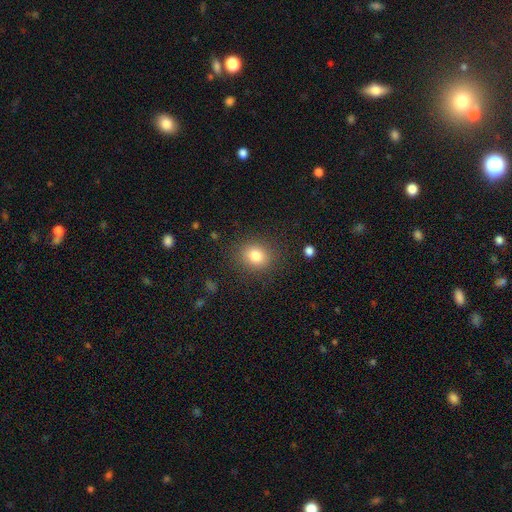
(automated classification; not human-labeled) Smooth or featured? smooth (81%)
How rounded? round (70%)
Merging? none (86%)